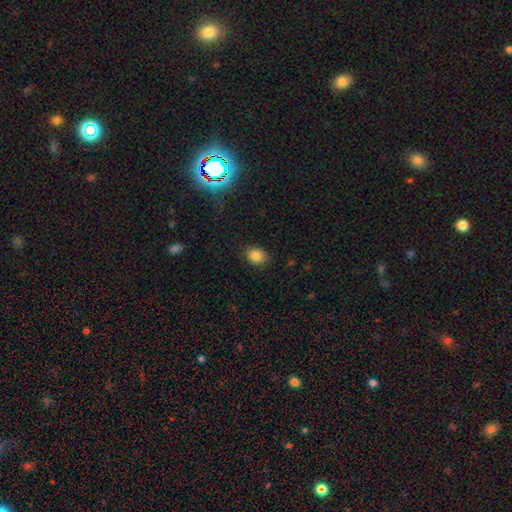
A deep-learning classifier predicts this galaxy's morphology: Overall: smooth (84%). How rounded: in between (63%; round 36%). Merging: none (83%).